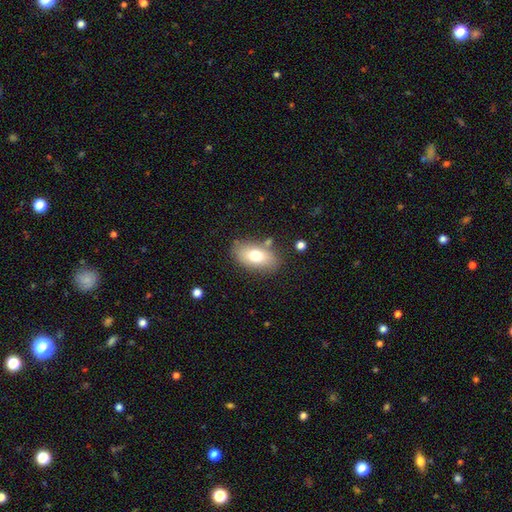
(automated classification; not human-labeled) Q: Smooth or featured?
A: smooth (73%); runner-up: featured or disk (20%)
Q: How rounded?
A: in between (90%); runner-up: round (7%)
Q: Merging?
A: none (79%); runner-up: minor disturbance (13%)